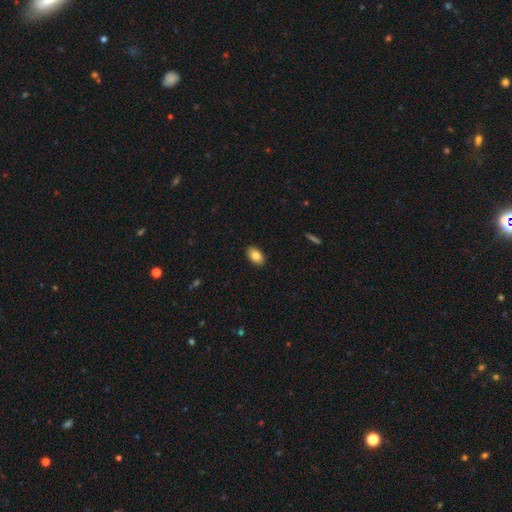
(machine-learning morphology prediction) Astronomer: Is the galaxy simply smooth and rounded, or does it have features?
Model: smooth — 82%.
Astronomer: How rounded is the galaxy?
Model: in between — 92%.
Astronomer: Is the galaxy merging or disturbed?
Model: none — 90%.